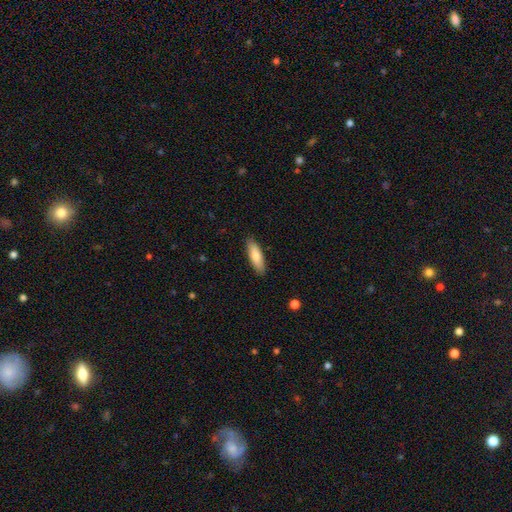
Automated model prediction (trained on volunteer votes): A smooth galaxy with no disk features (80%) that is in between round and cigar-shaped (49%, tied with cigar-shaped). Merging: none (89%).